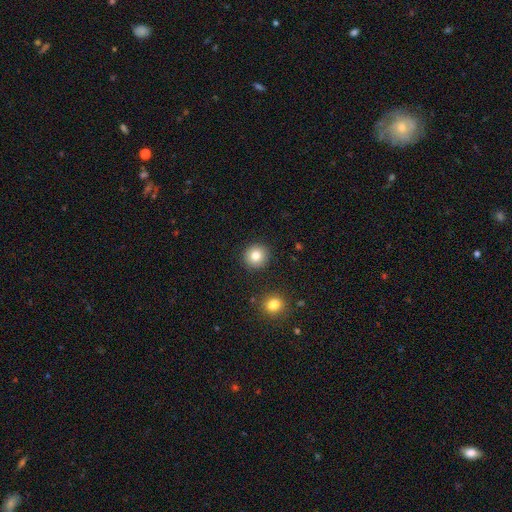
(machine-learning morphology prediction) This appears to be a smooth galaxy with no disk features (81%) that is round (94%). Merging: none (90%).